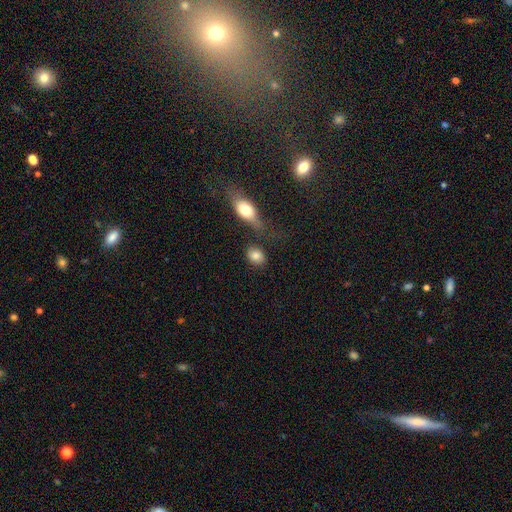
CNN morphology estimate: smooth-or-featured: smooth: 82% | featured or disk: 9% | star or artifact: 8%
  how-rounded: in between: 58% | round: 40% | cigar-shaped: 3%
  merging: none: 66% | merger: 14% | minor disturbance: 13% | major disturbance: 6%